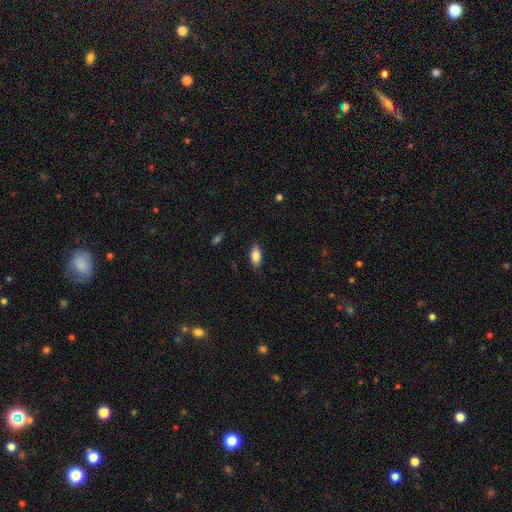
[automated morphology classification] Overall: smooth (83%). How rounded: in between (89%). Merging: none (81%).